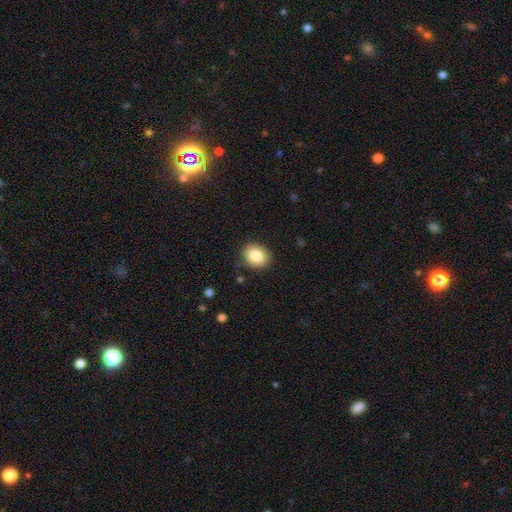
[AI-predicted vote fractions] Q: Smooth or featured?
A: smooth (85%); runner-up: star or artifact (8%)
Q: How rounded?
A: round (64%); runner-up: in between (35%)
Q: Merging?
A: none (87%); runner-up: minor disturbance (9%)